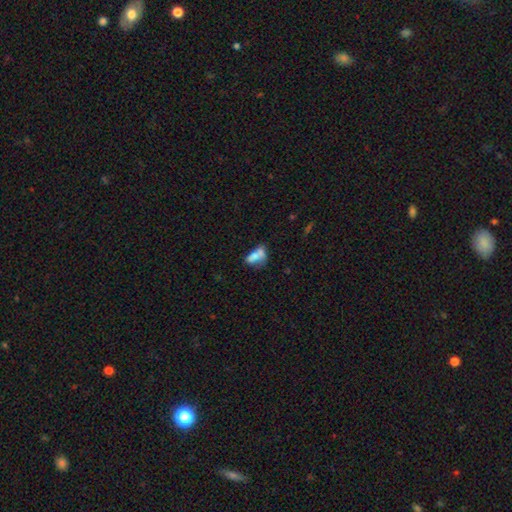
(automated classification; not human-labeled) Smooth or featured? smooth (62%)
How rounded? in between (78%)
Merging? merger (55%)